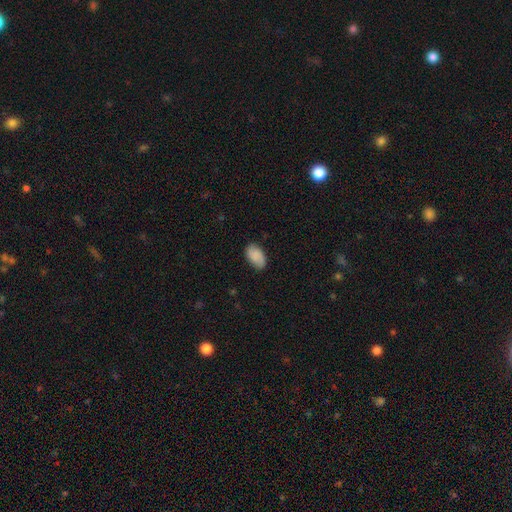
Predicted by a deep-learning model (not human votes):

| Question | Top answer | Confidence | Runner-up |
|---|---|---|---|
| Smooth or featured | smooth | 82% | featured or disk (11%) |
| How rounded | in between | 93% | round (5%) |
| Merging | none | 77% | minor disturbance (18%) |